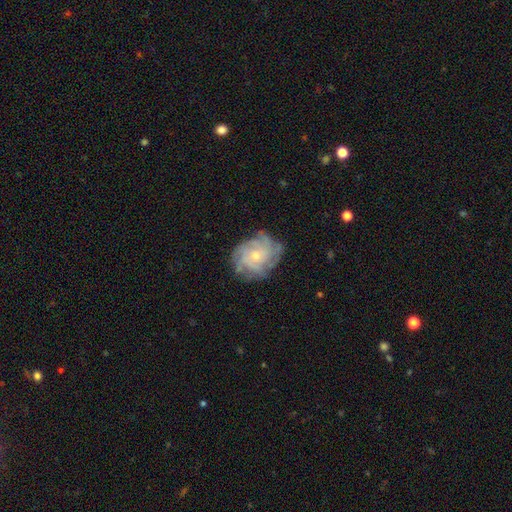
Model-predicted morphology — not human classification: smooth_or_featured: featured or disk (p=0.79) [alt: smooth p=0.13]
disk_edge_on: no (p=0.97) [alt: yes p=0.03]
bar: no (p=0.78) [alt: weak p=0.19]
has_spiral_arms: yes (p=0.94) [alt: no p=0.06]
spiral_winding: tight (p=0.64) [alt: medium p=0.28]
spiral_arm_count: can't tell (p=0.33) [alt: 4 p=0.24]
bulge_size: small (p=0.65) [alt: moderate p=0.31]
merging: none (p=0.74) [alt: minor disturbance p=0.18]